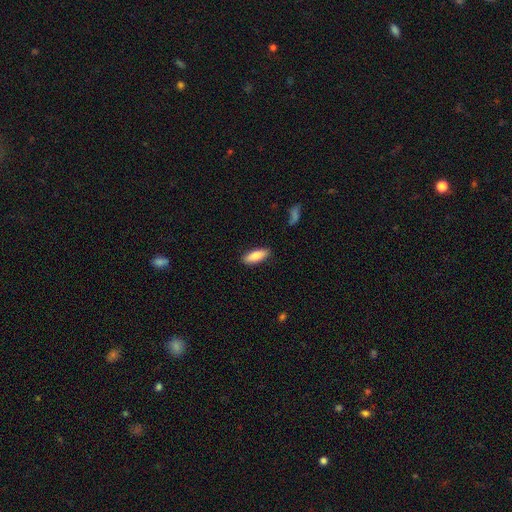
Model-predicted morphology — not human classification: A smooth galaxy with no disk features (84%) that is in between round and cigar-shaped (64%). Merging: none (88%).